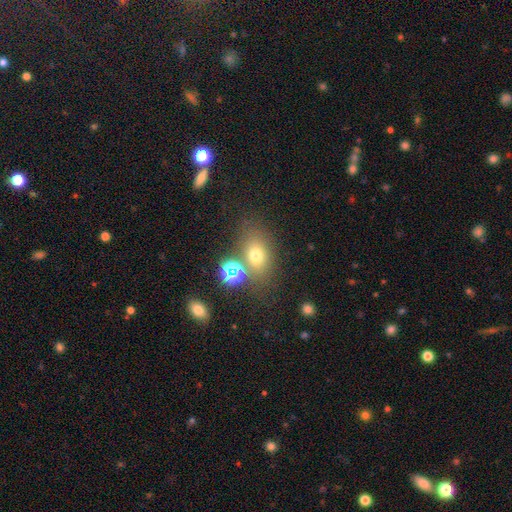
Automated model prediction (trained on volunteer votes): Smooth or featured? smooth (65%)
How rounded? in between (64%)
Merging? none (66%)